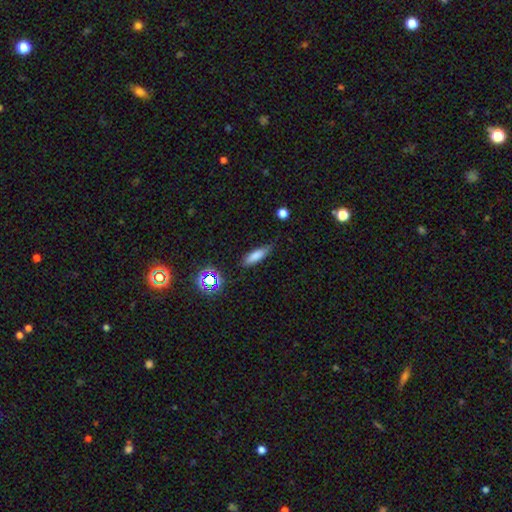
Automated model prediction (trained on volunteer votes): Morphology: type=smooth (76%); roundness=cigar-shaped (50%); merging=none (72%).